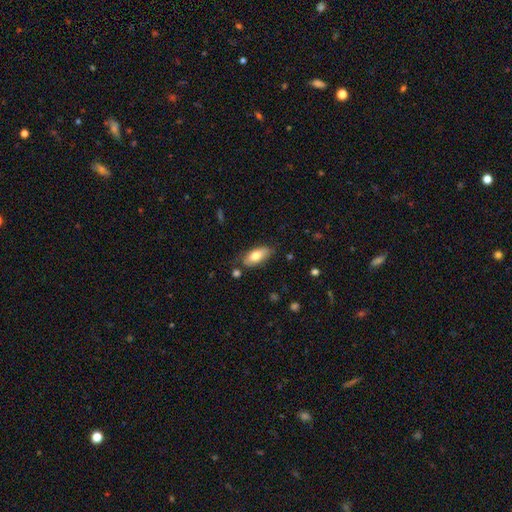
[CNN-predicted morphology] Smooth or featured: smooth — 74% (featured or disk — 19%)
How rounded: in between — 87% (cigar-shaped — 10%)
Merging: none — 75% (minor disturbance — 18%)